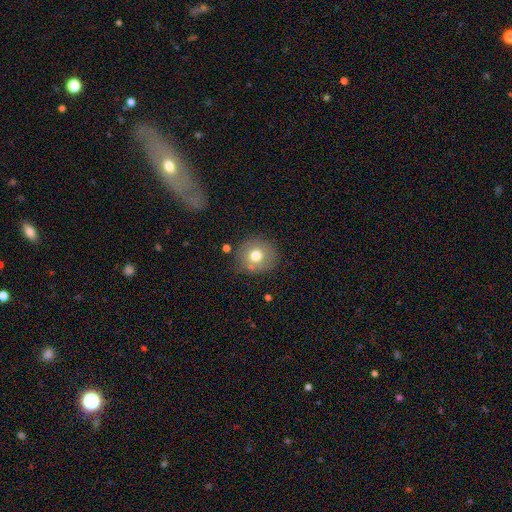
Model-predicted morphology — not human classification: Smooth or featured: smooth — 71% (featured or disk — 19%)
How rounded: round — 87% (in between — 12%)
Merging: none — 77% (minor disturbance — 14%)